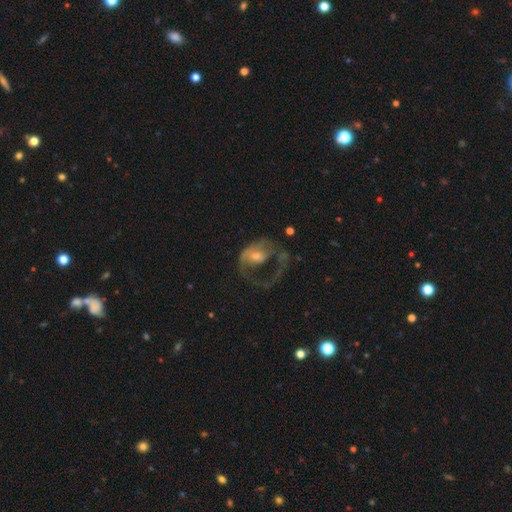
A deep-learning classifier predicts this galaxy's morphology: The model was most divided on "spiral arms": yes: 55%, no: 45%. More confident: edge-on disk — no (97%); bar — no (64%); smooth or featured — featured or disk (63%); merging — major disturbance (62%); bulge size — moderate (51%).